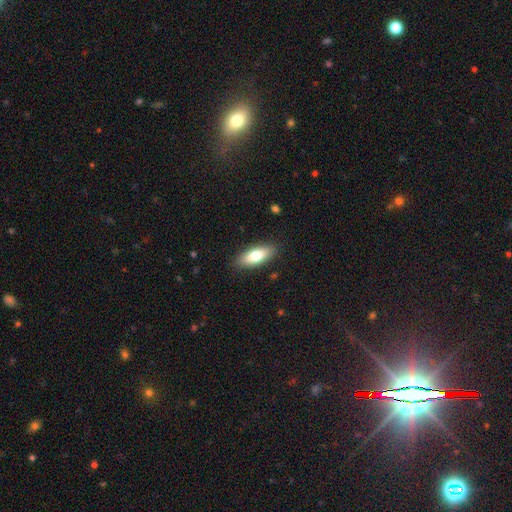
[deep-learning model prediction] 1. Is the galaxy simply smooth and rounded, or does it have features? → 73% smooth, 21% featured or disk, 6% star or artifact.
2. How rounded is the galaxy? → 73% in between, 25% cigar-shaped, 2% round.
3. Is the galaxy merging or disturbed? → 88% none, 9% minor disturbance, 2% major disturbance, 1% merger.